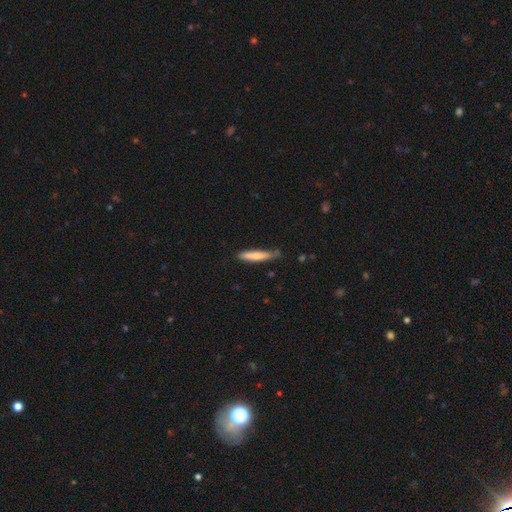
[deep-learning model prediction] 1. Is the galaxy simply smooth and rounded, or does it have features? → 71% smooth, 24% featured or disk, 6% star or artifact.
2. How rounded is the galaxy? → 91% cigar-shaped, 8% in between, 1% round.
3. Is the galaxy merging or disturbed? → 72% none, 22% minor disturbance, 3% major disturbance, 3% merger.